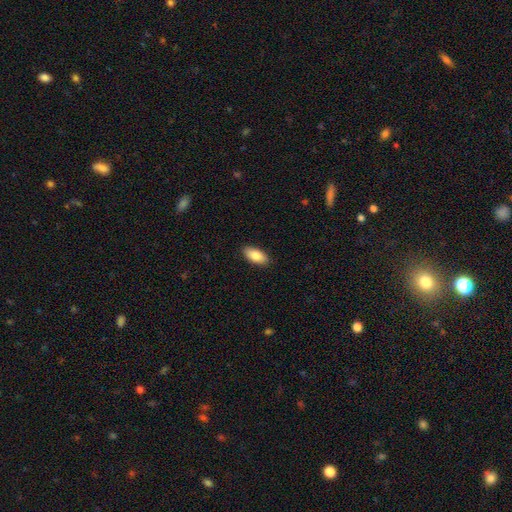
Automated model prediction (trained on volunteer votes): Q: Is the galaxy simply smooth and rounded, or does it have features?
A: smooth — 85%.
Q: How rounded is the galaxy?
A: in between — 92%.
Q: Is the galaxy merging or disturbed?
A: none — 89%.